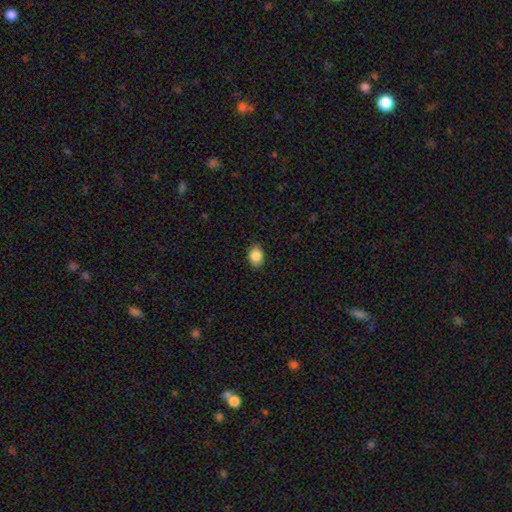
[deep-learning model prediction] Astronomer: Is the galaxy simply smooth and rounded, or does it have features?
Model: smooth — 86%.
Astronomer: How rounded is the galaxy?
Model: in between — 55% (runner-up: round, 44%).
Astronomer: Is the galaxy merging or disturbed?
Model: none — 87%.